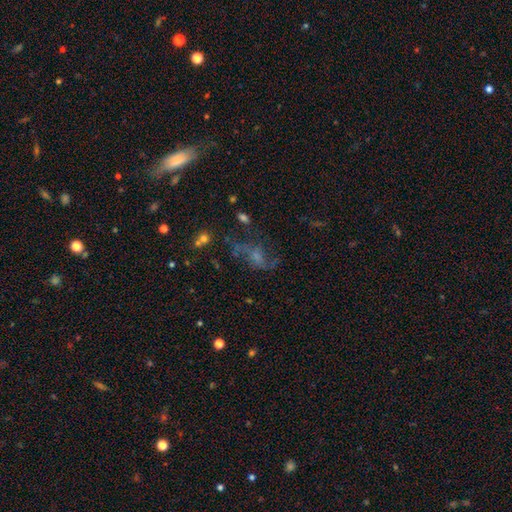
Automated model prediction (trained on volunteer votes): This is possibly a featured or disk galaxy (50%). Merging: possibly none (53%).